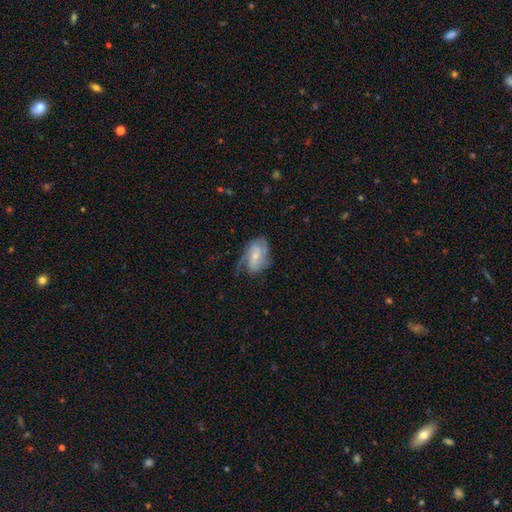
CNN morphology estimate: The model was most divided on "bar": weak: 48%, no: 37%, strong: 16%. Remaining: edge-on disk — no (96%); spiral arms — yes (90%); smooth or featured — featured or disk (67%); bulge size — small (55%); merging — none (50%); spiral arm count — 2 (47%); spiral winding — medium (42%).